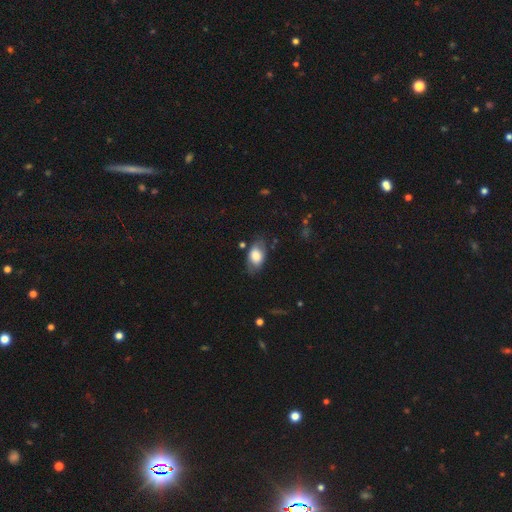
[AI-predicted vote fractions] smooth 71%, featured or disk 22%, star or artifact 7%. Down the decision tree: how rounded — in between (91%); merging — none (68%).